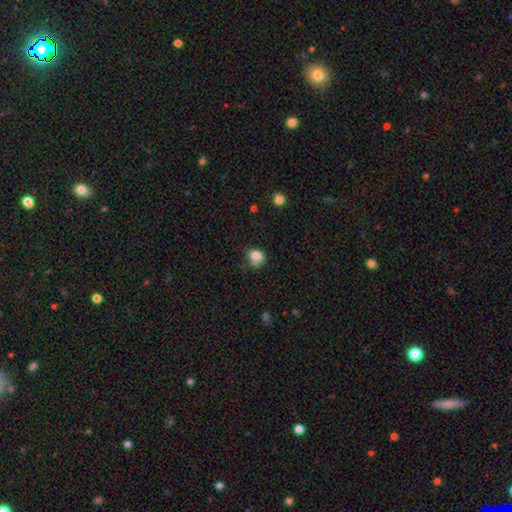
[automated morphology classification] The model was most divided on "how rounded": round: 51%, in between: 48%, cigar-shaped: 1%. Remaining: smooth or featured — smooth (80%); merging — none (43%).